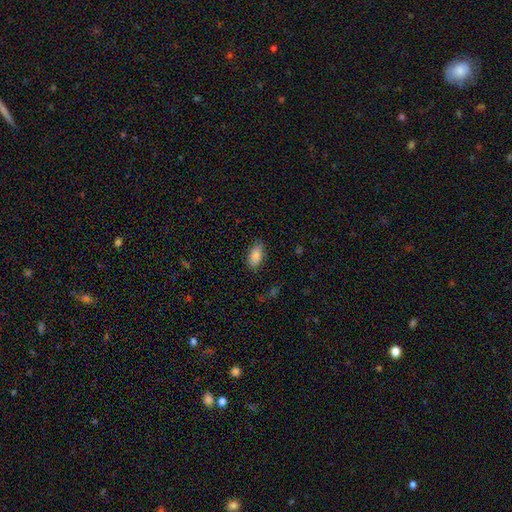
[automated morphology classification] Smooth or featured? smooth (86%)
How rounded? in between (92%)
Merging? none (82%)